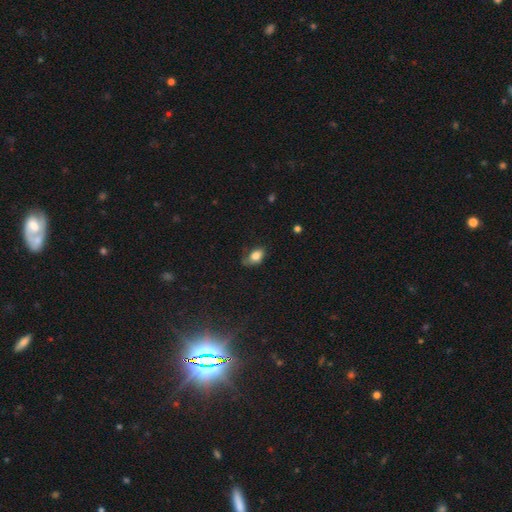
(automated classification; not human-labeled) Smooth or featured? Predicted: smooth (p=0.79). How rounded? Predicted: in between (p=0.86). Merging? Predicted: none (p=0.56).